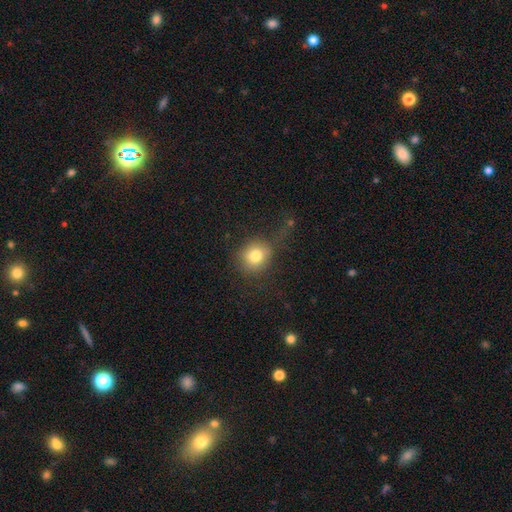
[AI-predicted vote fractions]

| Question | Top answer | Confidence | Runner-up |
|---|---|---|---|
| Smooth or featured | smooth | 78% | star or artifact (11%) |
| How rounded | round | 82% | in between (17%) |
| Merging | none | 63% | minor disturbance (20%) |